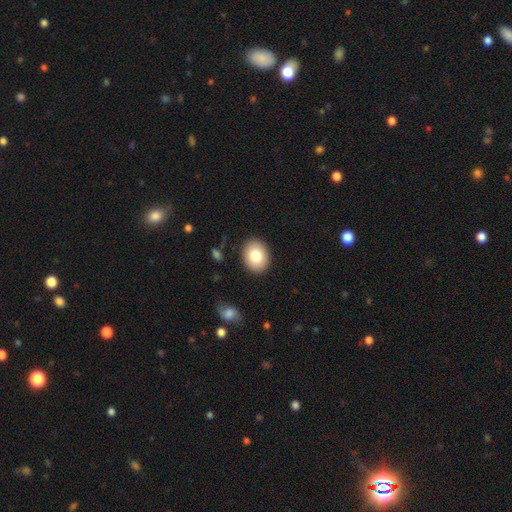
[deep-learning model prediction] Morphology: type=smooth (80%); roundness=in between (56%); merging=none (89%).